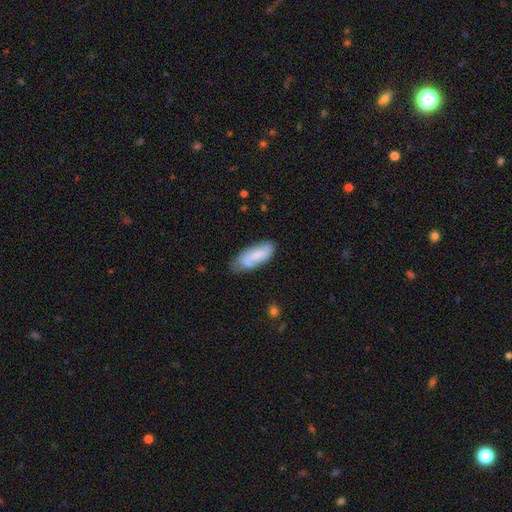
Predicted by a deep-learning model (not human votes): This appears to be a smooth galaxy with no disk features (64%) that is in between round and cigar-shaped (77%). Merging: none (59%).